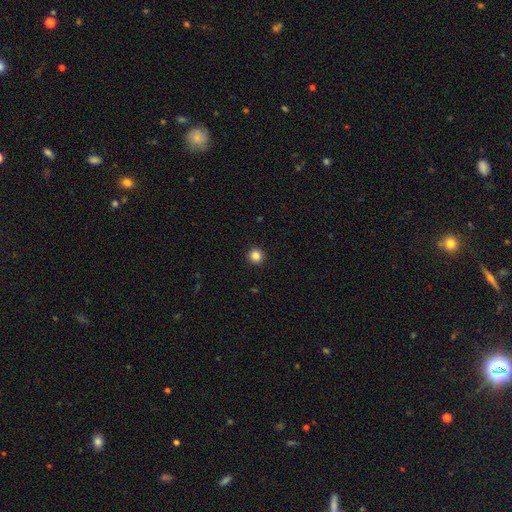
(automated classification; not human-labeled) Q: Smooth or featured?
A: smooth (85%); runner-up: star or artifact (12%)
Q: How rounded?
A: round (95%); runner-up: in between (4%)
Q: Merging?
A: none (94%); runner-up: minor disturbance (4%)